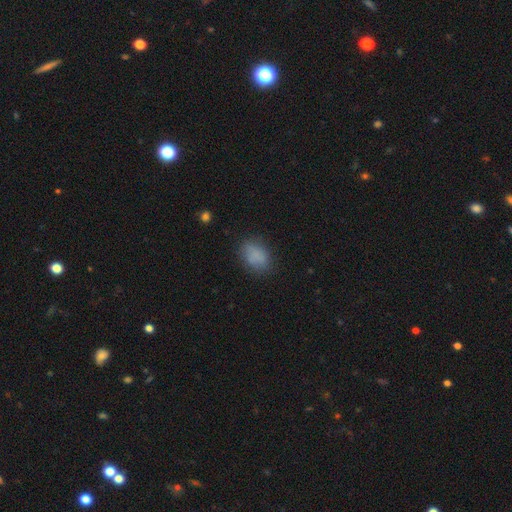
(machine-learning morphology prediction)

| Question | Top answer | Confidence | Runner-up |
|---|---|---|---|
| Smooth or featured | smooth | 83% | star or artifact (9%) |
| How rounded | in between | 75% | round (24%) |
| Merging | none | 75% | minor disturbance (18%) |